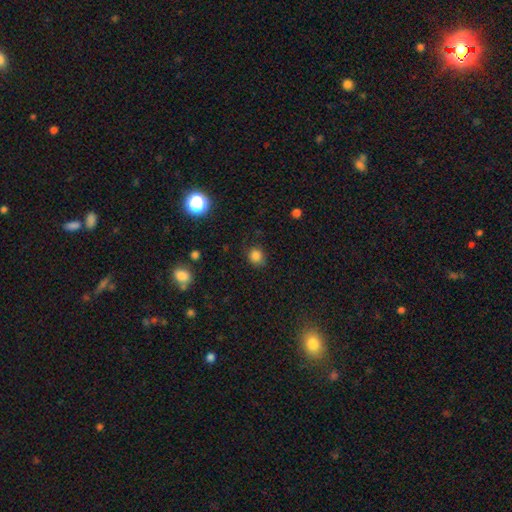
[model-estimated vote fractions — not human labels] Smooth or featured?
  - smooth: 81% *
  - star or artifact: 14%
  - featured or disk: 5%
How rounded?
  - round: 75% *
  - in between: 24%
  - cigar-shaped: 1%
Merging?
  - none: 77% *
  - minor disturbance: 17%
  - major disturbance: 5%
  - merger: 2%